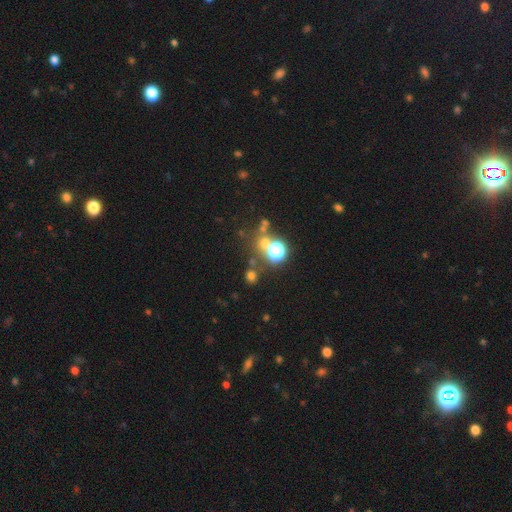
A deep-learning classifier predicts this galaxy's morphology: A star or artifact, not a galaxy (65%).

Vote fractions:
- Smooth or featured? star or artifact: 65% / smooth: 26% / featured or disk: 9%